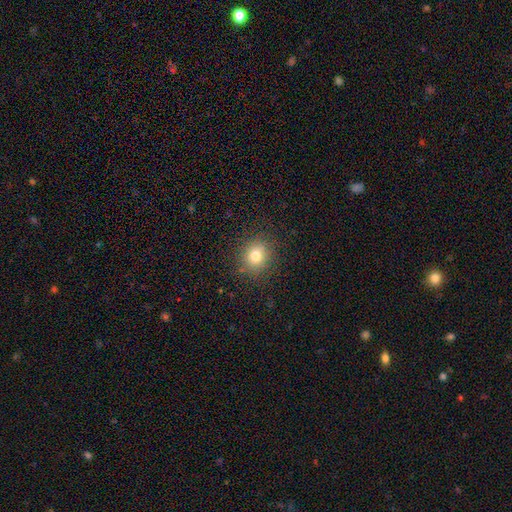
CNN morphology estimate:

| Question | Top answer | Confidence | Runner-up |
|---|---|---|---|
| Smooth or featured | smooth | 78% | star or artifact (13%) |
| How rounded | round | 78% | in between (21%) |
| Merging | none | 87% | minor disturbance (9%) |